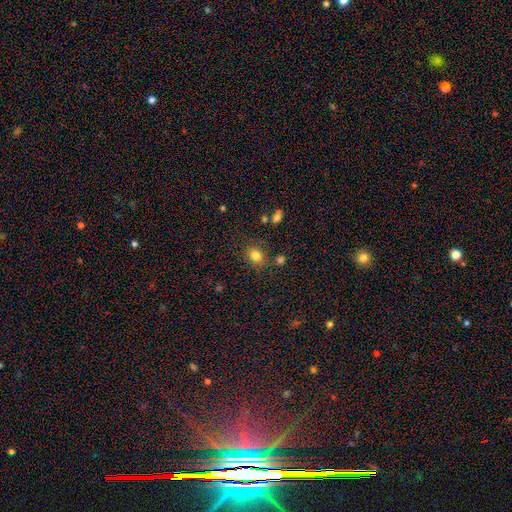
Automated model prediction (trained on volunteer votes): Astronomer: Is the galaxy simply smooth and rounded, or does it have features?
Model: smooth — 81%.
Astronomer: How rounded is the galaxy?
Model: in between — 50% (runner-up: round, 49%).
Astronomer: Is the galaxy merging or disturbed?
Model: none — 77%.